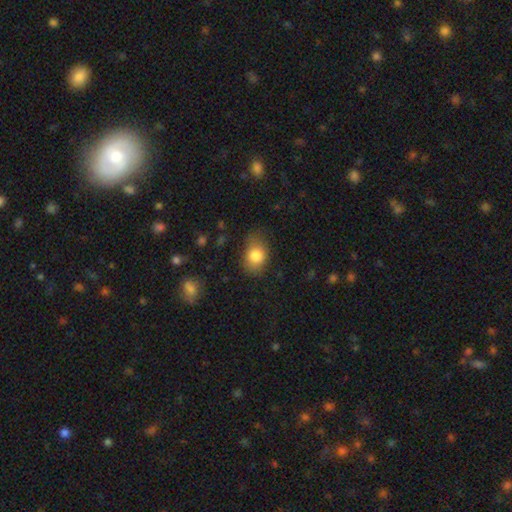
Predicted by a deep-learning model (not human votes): Morphology: type=smooth (83%); roundness=in between (69%); merging=none (63%).